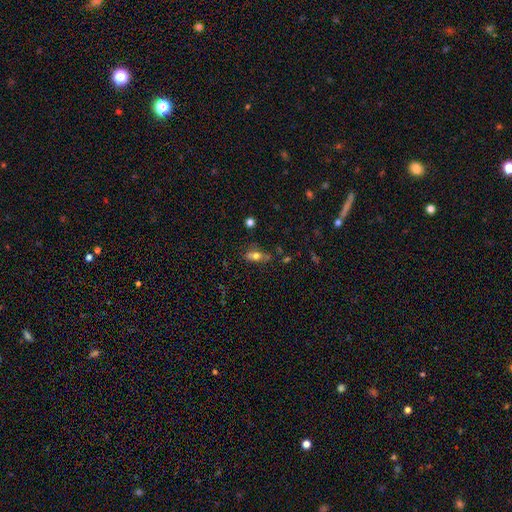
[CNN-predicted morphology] Smooth or featured? smooth (71%)
How rounded? in between (76%)
Merging? none (55%)